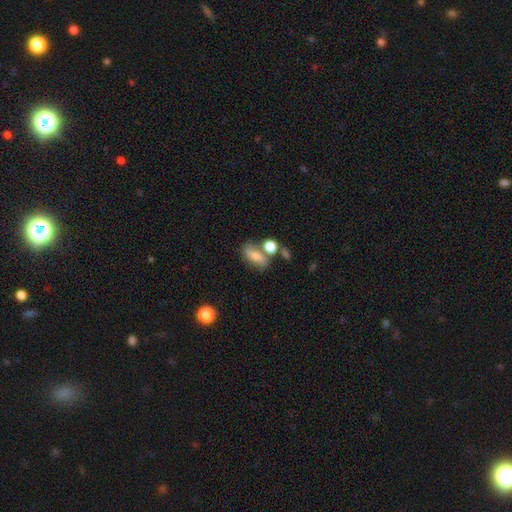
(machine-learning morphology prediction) A smooth galaxy with no disk features (74%) that is in between round and cigar-shaped (75%).

Vote fractions:
- Smooth or featured? smooth: 74% / featured or disk: 17% / star or artifact: 10%
- How rounded? in between: 75% / cigar-shaped: 13% / round: 12%
- Merging? none: 51% / merger: 25% / minor disturbance: 17% / major disturbance: 8%